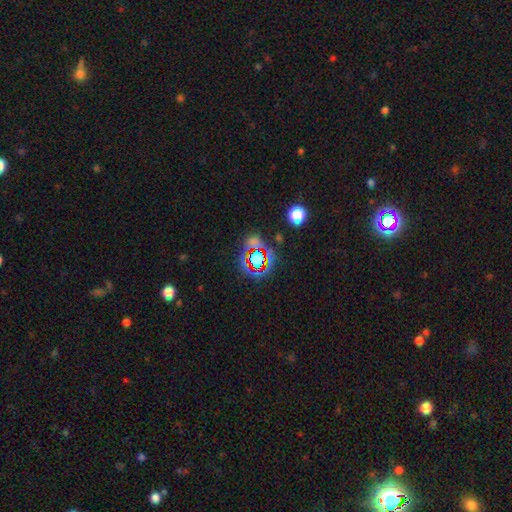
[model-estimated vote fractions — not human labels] Morphology: type=star or artifact (64%).